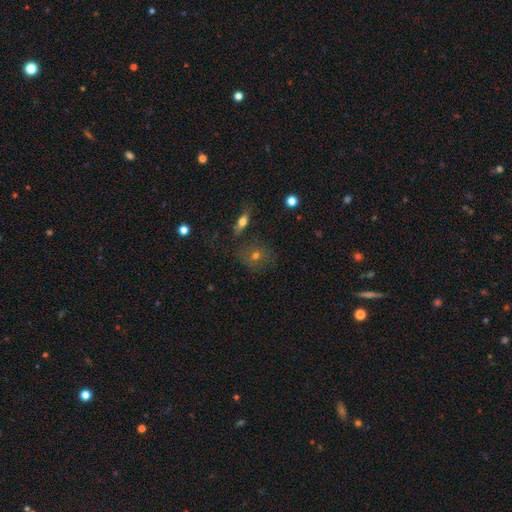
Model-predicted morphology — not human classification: type=smooth (55%); roundness=round (69%); merging=none (73%).